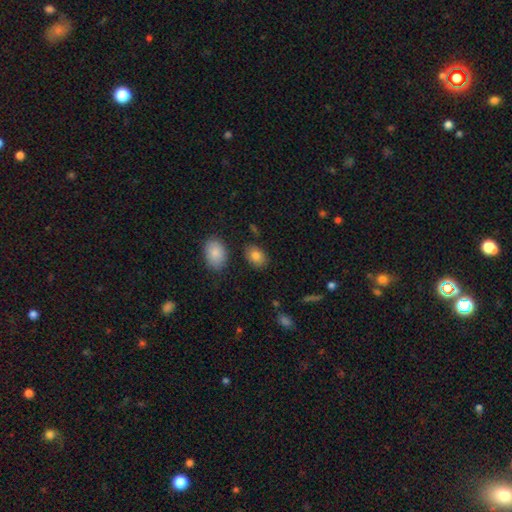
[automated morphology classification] This is clearly a smooth galaxy (83%). How rounded: clearly in between (80%). Merging: clearly none (80%).